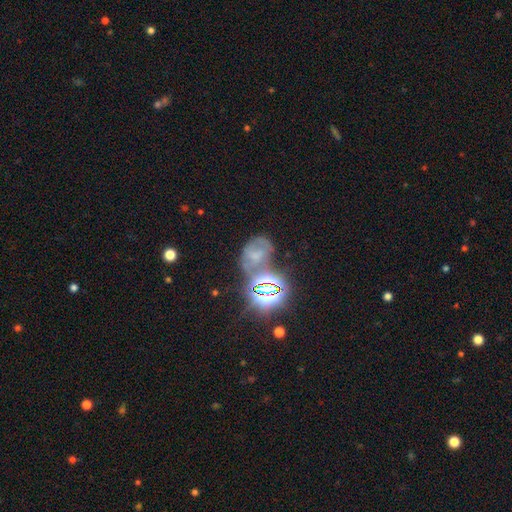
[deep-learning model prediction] smooth-or-featured: star or artifact: 41% | featured or disk: 30% | smooth: 29%